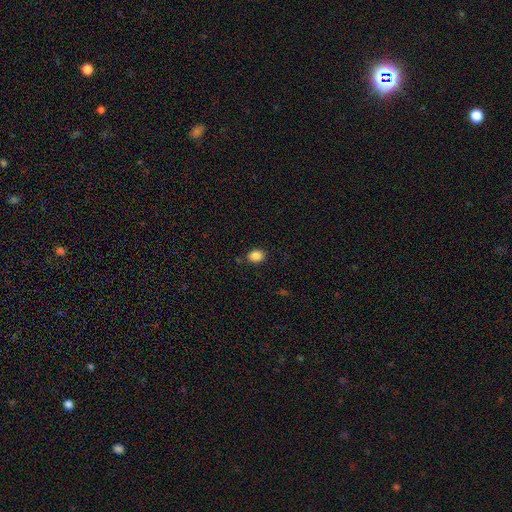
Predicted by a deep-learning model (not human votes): The model was most divided on "how rounded": in between: 55%, round: 44%, cigar-shaped: 1%. More confident: smooth or featured — smooth (86%); merging — none (83%).